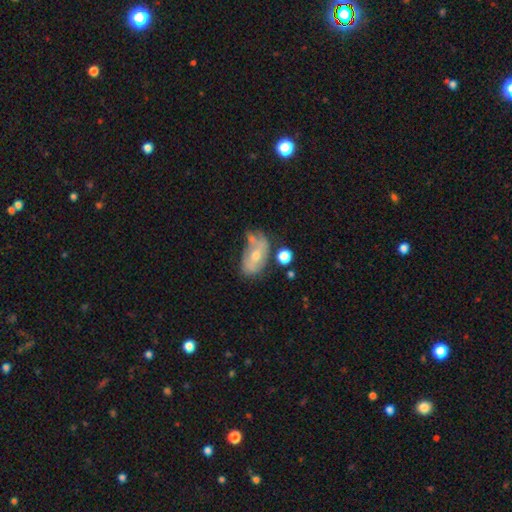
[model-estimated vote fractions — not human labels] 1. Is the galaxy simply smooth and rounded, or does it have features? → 48% featured or disk, 43% smooth, 9% star or artifact.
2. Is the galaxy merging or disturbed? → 35% none, 29% minor disturbance, 20% merger, 16% major disturbance.